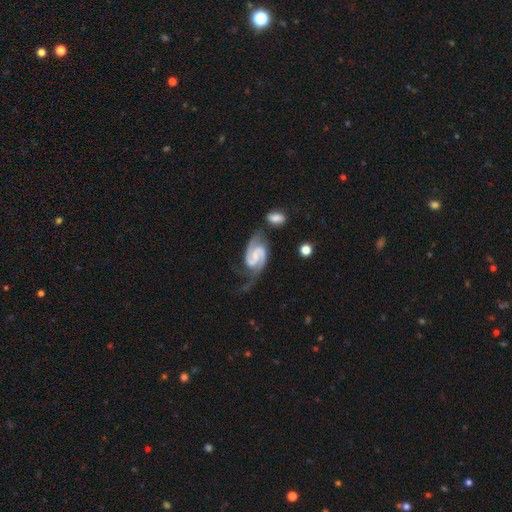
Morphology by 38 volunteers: Smooth or featured?
  - featured or disk: 97% *
  - star or artifact: 3%
  - smooth: 0%
Edge-on disk?
  - no: 100% *
  - yes: 0%
Bar?
  - weak: 46% *
  - no: 38%
  - strong: 16%
Spiral arms?
  - yes: 92% *
  - no: 8%
Spiral winding?
  - medium: 50% *
  - tight: 47%
  - loose: 3%
Spiral arm count?
  - 2: 91% *
  - 3: 9%
  - 1: 0%
  - 4: 0%
  - more than 4: 0%
  - can't tell: 0%
Bulge size?
  - none: 51% *
  - small: 35%
  - moderate: 11%
  - dominant: 3%
  - large: 0%
Merging?
  - none: 57% *
  - major disturbance: 22%
  - minor disturbance: 19%
  - merger: 3%